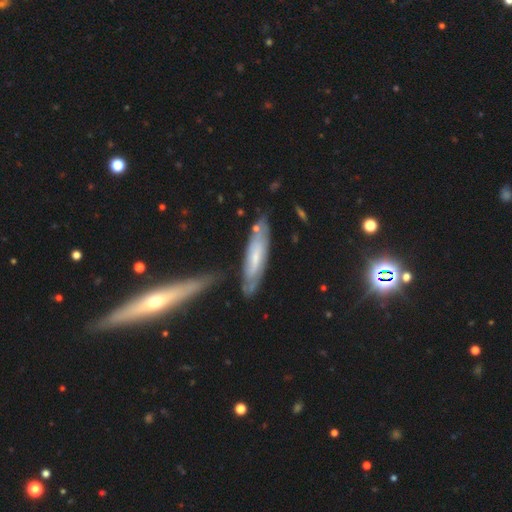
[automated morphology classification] Smooth or featured: featured or disk — 57% (smooth — 36%)
Edge-on disk: no — 57% (yes — 43%)
Merging: none — 69% (minor disturbance — 18%)